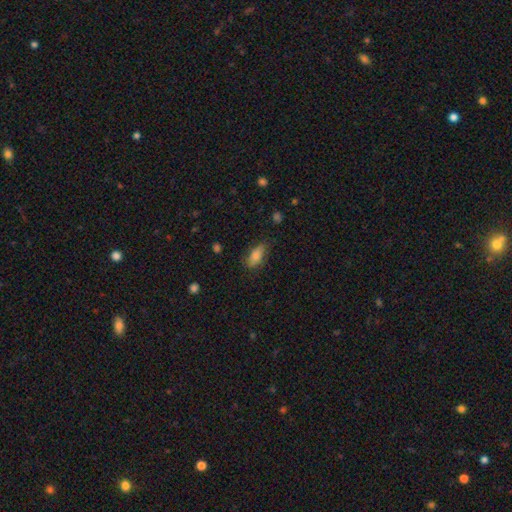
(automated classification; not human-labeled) Q: Smooth or featured?
A: smooth (76%); runner-up: featured or disk (15%)
Q: How rounded?
A: in between (80%); runner-up: cigar-shaped (17%)
Q: Merging?
A: none (73%); runner-up: minor disturbance (21%)